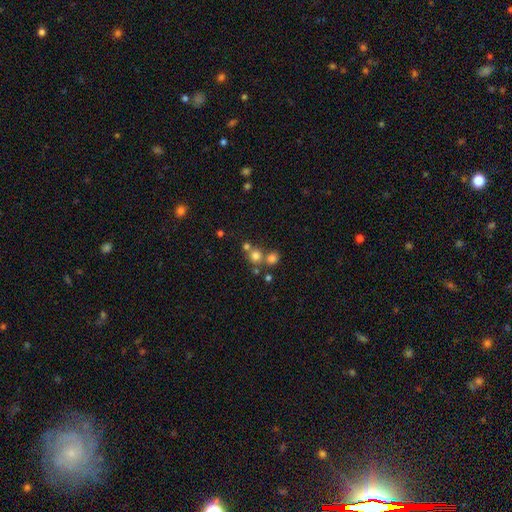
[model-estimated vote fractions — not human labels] smooth-or-featured: smooth: 72% | star or artifact: 18% | featured or disk: 10%
  how-rounded: round: 88% | in between: 11% | cigar-shaped: 1%
  merging: none: 56% | merger: 34% | minor disturbance: 7% | major disturbance: 4%